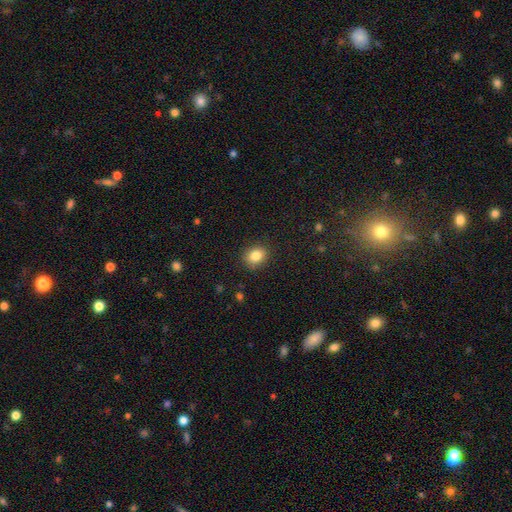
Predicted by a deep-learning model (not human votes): The model was most divided on "how rounded": round: 53%, in between: 46%, cigar-shaped: 1%. More confident: merging — none (87%); smooth or featured — smooth (85%).